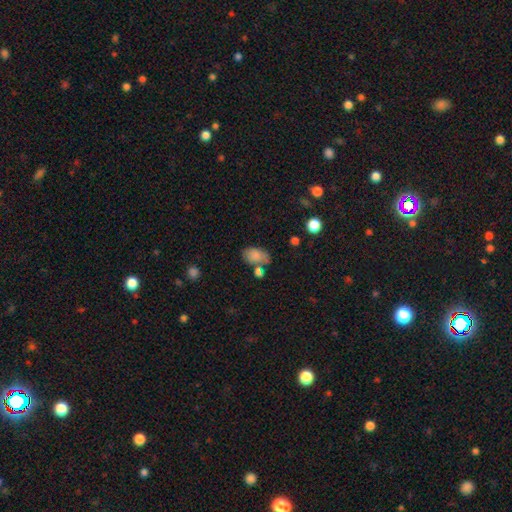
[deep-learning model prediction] Smooth or featured? Predicted: smooth (p=0.82). How rounded? Predicted: in between (p=0.89). Merging? Predicted: none (p=0.58).